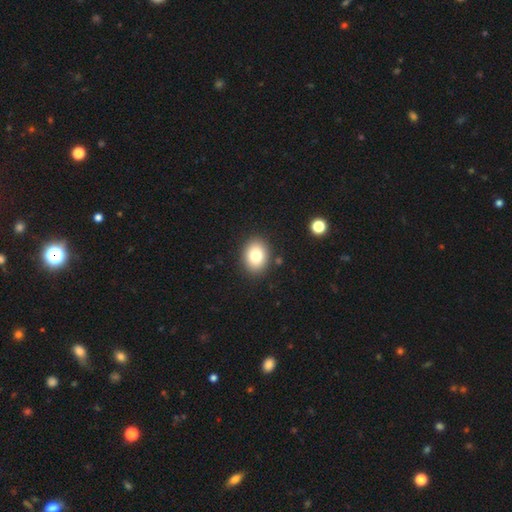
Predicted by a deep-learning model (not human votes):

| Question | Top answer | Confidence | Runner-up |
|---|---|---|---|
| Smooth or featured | smooth | 80% | featured or disk (11%) |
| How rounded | in between | 60% | round (39%) |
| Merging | none | 88% | minor disturbance (8%) |